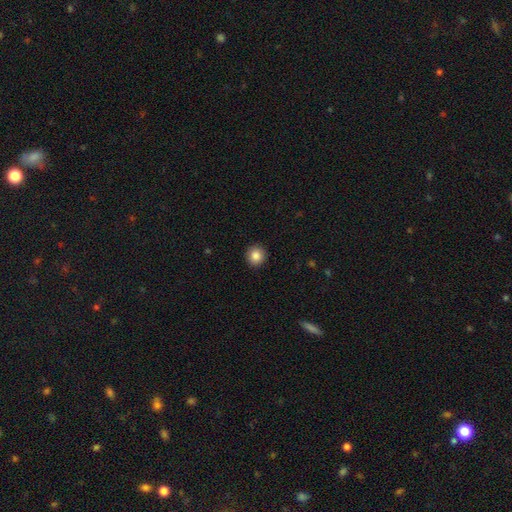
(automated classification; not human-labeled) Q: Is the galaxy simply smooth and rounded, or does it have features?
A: smooth — 86%.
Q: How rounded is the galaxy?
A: round — 92%.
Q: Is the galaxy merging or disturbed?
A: none — 93%.